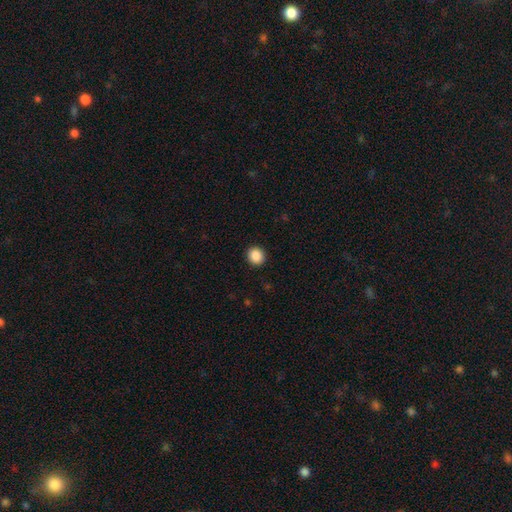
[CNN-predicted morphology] Smooth or featured? Predicted: smooth (p=0.89). How rounded? Predicted: round (p=0.86). Merging? Predicted: none (p=0.92).